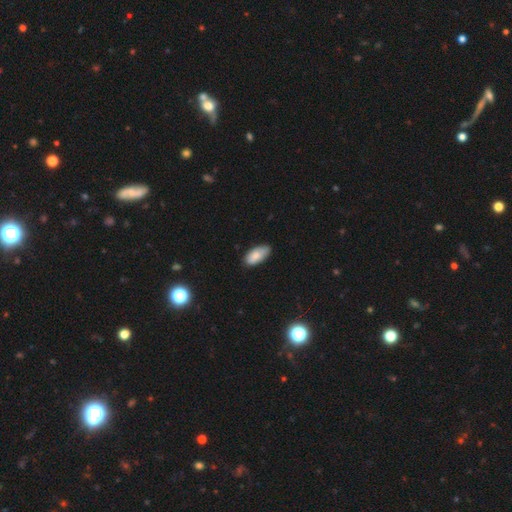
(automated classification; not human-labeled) Smooth or featured?
  - smooth: 82% *
  - featured or disk: 12%
  - star or artifact: 7%
How rounded?
  - in between: 92% *
  - cigar-shaped: 5%
  - round: 2%
Merging?
  - none: 73% *
  - minor disturbance: 23%
  - major disturbance: 3%
  - merger: 1%